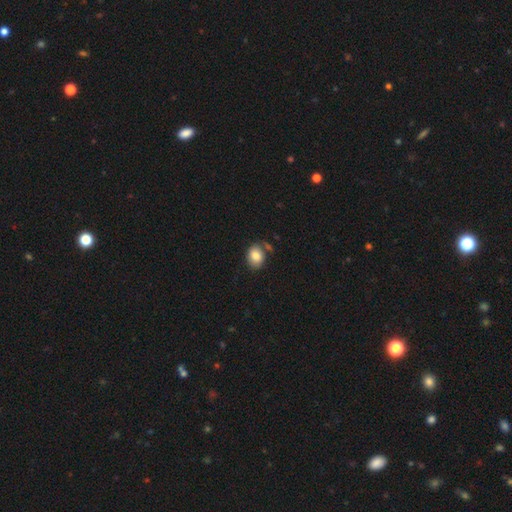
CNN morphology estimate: Smooth or featured? Predicted: smooth (p=0.83). How rounded? Predicted: in between (p=0.59). Merging? Predicted: none (p=0.69).